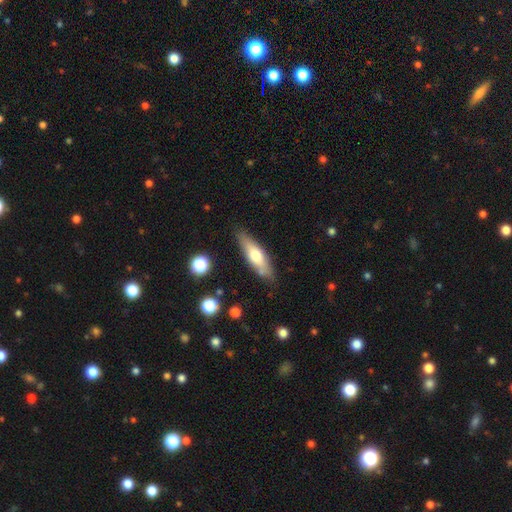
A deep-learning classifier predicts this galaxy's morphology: Smooth or featured?
  - smooth: 56% *
  - featured or disk: 38%
  - star or artifact: 6%
How rounded?
  - cigar-shaped: 59% *
  - in between: 39%
  - round: 2%
Merging?
  - none: 81% *
  - minor disturbance: 14%
  - merger: 3%
  - major disturbance: 3%